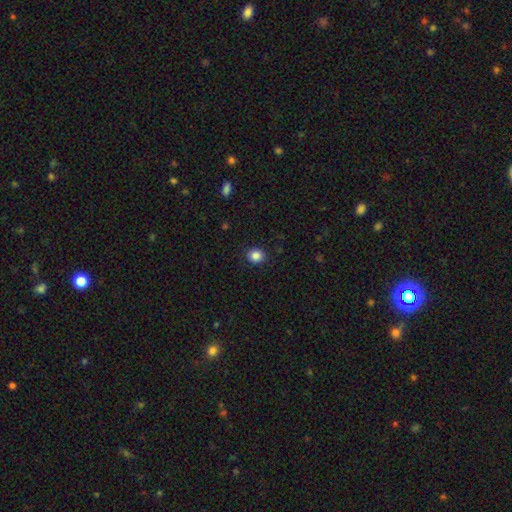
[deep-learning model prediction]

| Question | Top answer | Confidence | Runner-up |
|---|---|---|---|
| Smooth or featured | smooth | 86% | star or artifact (10%) |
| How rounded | round | 81% | in between (18%) |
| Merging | none | 91% | minor disturbance (6%) |